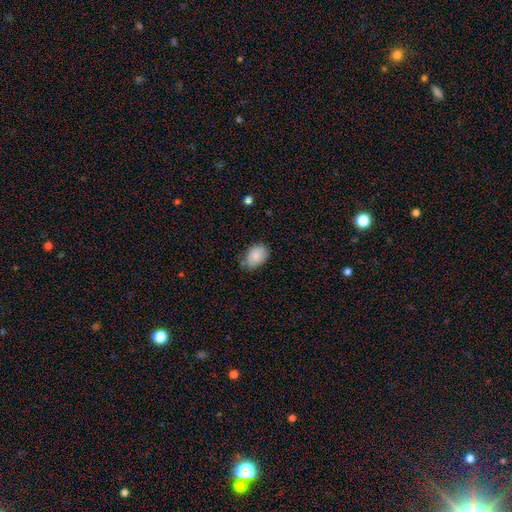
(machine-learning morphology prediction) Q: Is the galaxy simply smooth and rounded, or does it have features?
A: smooth — 83%.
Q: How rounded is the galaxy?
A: in between — 82%.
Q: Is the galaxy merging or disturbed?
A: none — 64%.